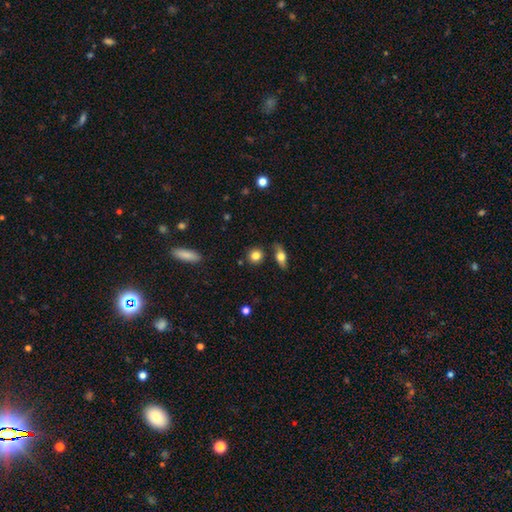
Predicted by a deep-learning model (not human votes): Smooth or featured? Predicted: smooth (p=0.81). How rounded? Predicted: round (p=0.82). Merging? Predicted: none (p=0.80).